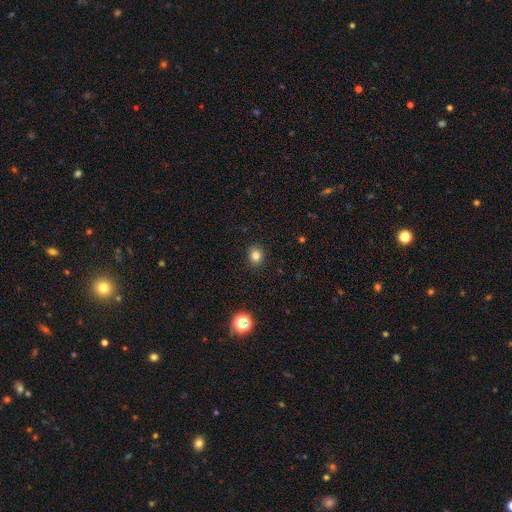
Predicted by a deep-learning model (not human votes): This appears to be a smooth galaxy with no disk features (81%) that is round (70%). Merging: none (89%).